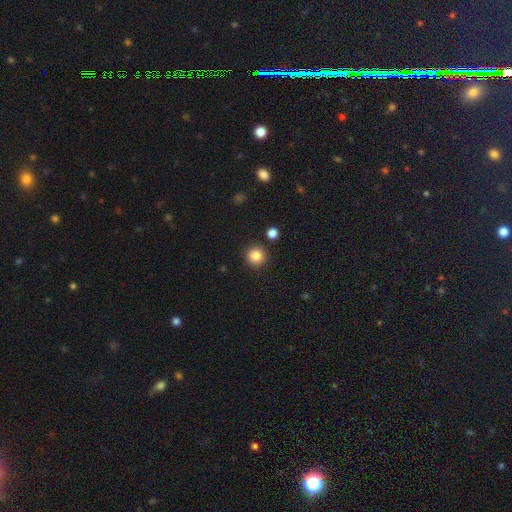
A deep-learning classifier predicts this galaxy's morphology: A smooth galaxy with no disk features (84%) that is round (95%).

Vote fractions:
- Smooth or featured? smooth: 84% / star or artifact: 11% / featured or disk: 5%
- How rounded? round: 95% / in between: 4% / cigar-shaped: 1%
- Merging? none: 90% / minor disturbance: 5% / merger: 3% / major disturbance: 2%